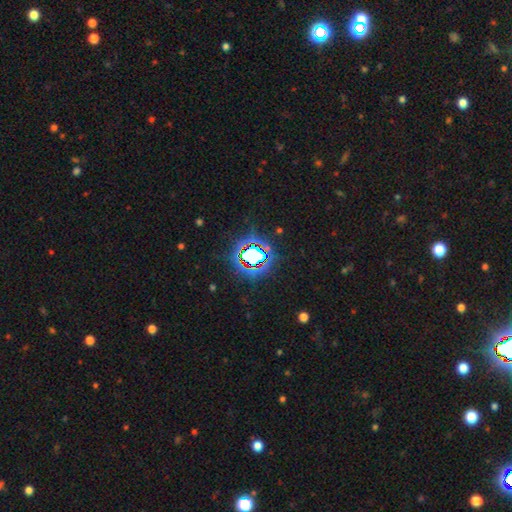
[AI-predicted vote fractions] A star or artifact, not a galaxy (73%).